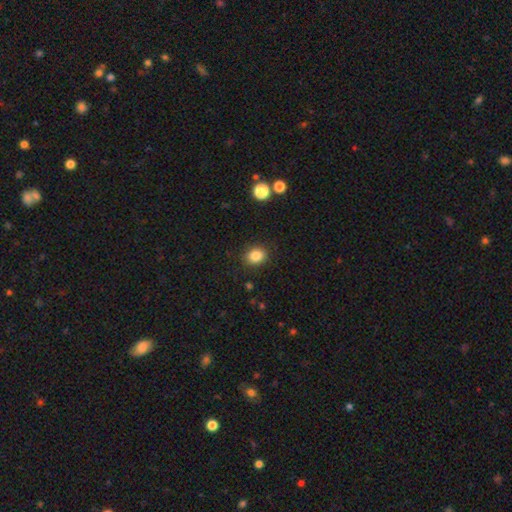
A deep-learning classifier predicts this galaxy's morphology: Smooth or featured?
  - smooth: 85% *
  - star or artifact: 10%
  - featured or disk: 5%
How rounded?
  - round: 55% *
  - in between: 45%
  - cigar-shaped: 1%
Merging?
  - none: 87% *
  - minor disturbance: 9%
  - major disturbance: 3%
  - merger: 1%